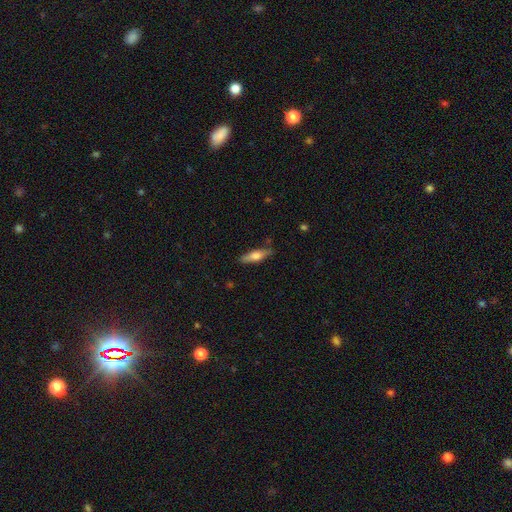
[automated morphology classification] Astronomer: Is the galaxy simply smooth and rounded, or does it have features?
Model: smooth — 59% (runner-up: featured or disk, 35%).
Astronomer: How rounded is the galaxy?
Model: cigar-shaped — 64%.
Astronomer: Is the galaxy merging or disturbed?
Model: none — 82%.